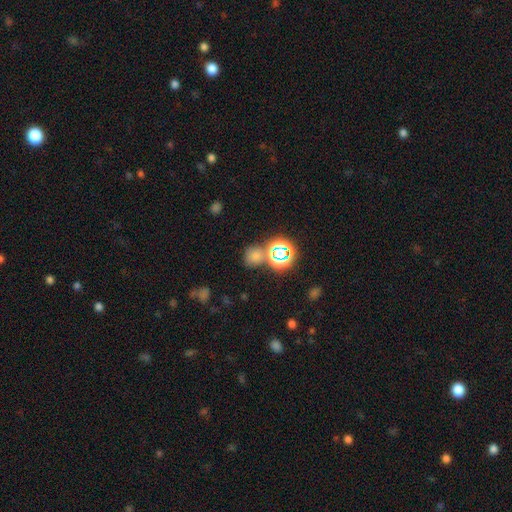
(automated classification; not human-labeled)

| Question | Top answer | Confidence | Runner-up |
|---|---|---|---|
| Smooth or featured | smooth | 57% | star or artifact (35%) |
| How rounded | round | 76% | in between (23%) |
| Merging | none | 64% | merger (20%) |